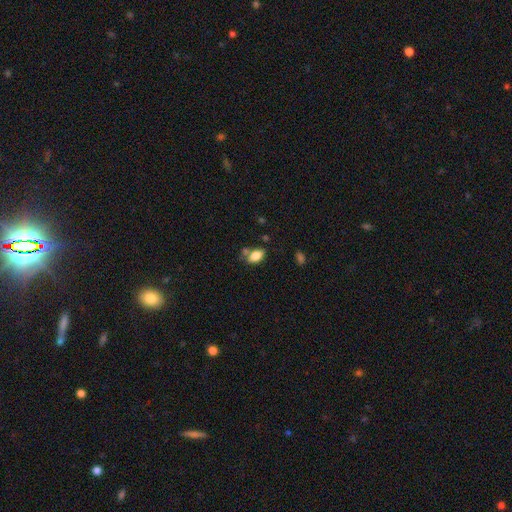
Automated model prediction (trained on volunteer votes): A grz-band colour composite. It shows a smooth galaxy with no disk features (83%) that is in between round and cigar-shaped (89%). Merging: none (60%).